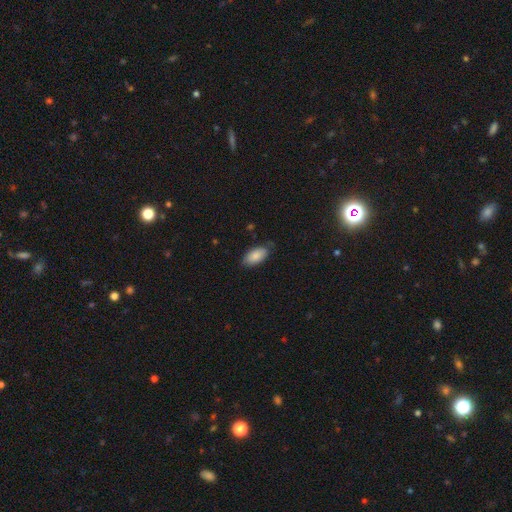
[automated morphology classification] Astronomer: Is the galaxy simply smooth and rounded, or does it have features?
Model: smooth — 84%.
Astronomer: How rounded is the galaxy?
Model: in between — 94%.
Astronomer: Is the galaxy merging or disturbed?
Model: none — 75%.